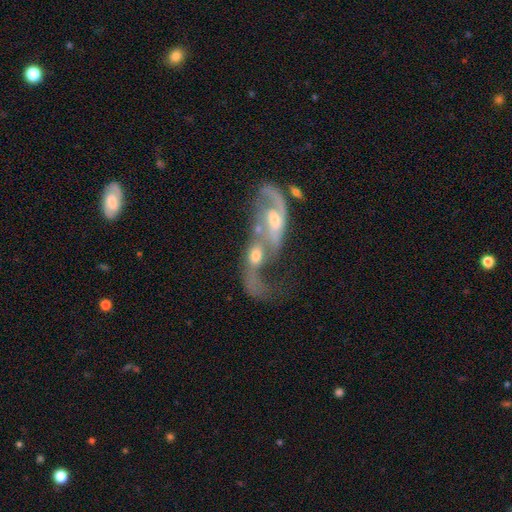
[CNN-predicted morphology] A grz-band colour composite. It shows a featured or disk galaxy (61%) with no bar (66%), spiral arms (64%) and a moderate central bulge (50%). Merging: merger (72%).